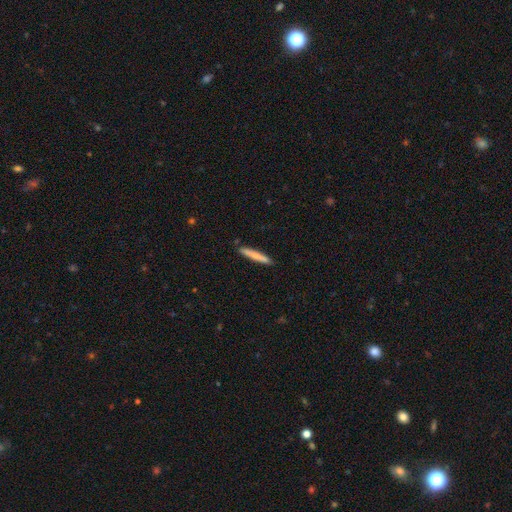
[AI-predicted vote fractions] This appears to be a smooth galaxy with no disk features (70%) that is cigar-shaped (94%). Merging: none (89%).